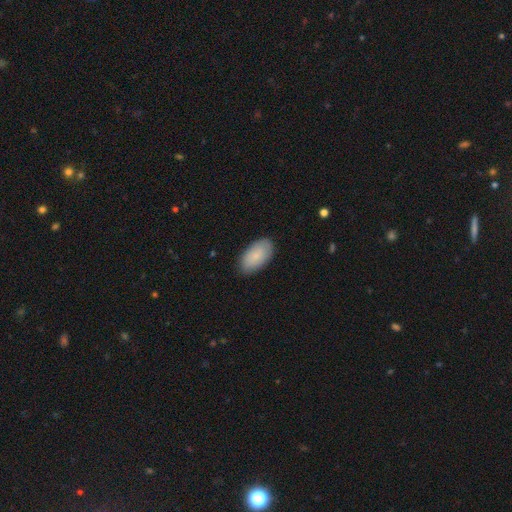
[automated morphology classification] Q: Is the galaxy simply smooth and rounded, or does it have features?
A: smooth — 85%.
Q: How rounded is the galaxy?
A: in between — 95%.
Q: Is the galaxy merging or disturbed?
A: none — 86%.